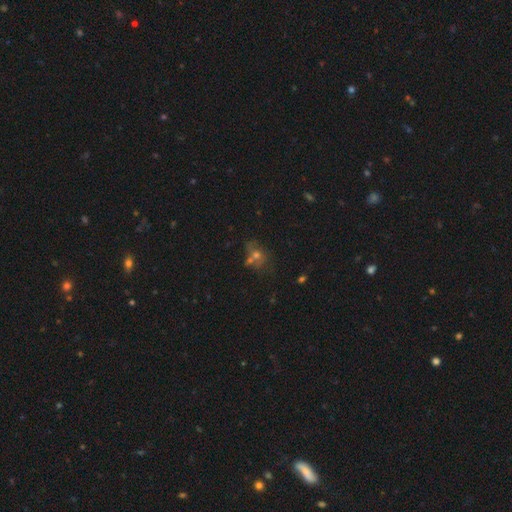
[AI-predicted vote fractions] A smooth galaxy with no disk features (47%).

Vote fractions:
- Smooth or featured? smooth: 47% / star or artifact: 29% / featured or disk: 25%
- Merging? none: 48% / merger: 27% / minor disturbance: 16% / major disturbance: 10%